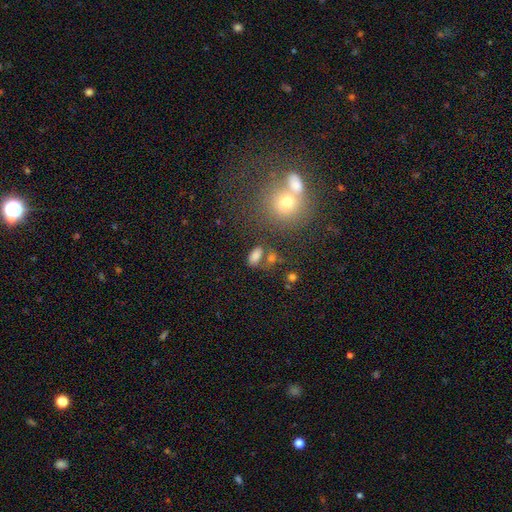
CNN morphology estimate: Smooth or featured? smooth (79%)
How rounded? in between (88%)
Merging? none (63%)